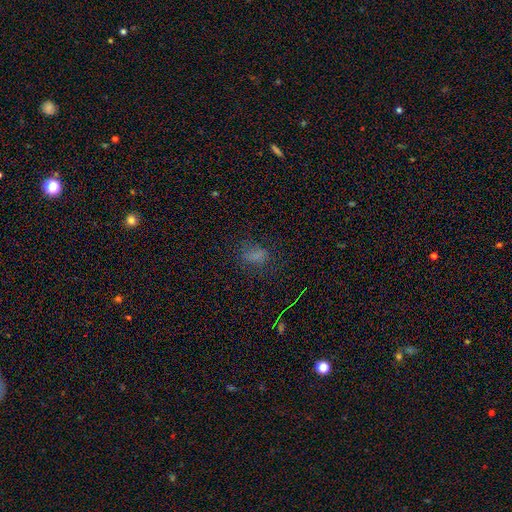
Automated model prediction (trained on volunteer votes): Smooth or featured?
  - smooth: 63% *
  - star or artifact: 26%
  - featured or disk: 11%
How rounded?
  - in between: 74% *
  - round: 20%
  - cigar-shaped: 6%
Merging?
  - none: 62% *
  - minor disturbance: 21%
  - major disturbance: 15%
  - merger: 2%